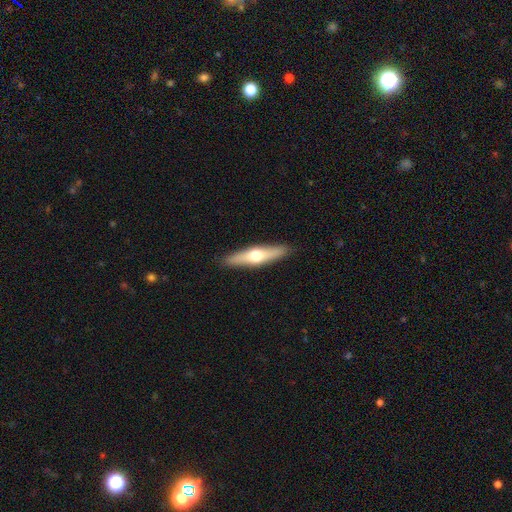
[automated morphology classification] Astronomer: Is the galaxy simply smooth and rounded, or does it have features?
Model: featured or disk — 49% (runner-up: smooth, 46%).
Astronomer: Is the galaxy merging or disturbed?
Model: none — 90%.